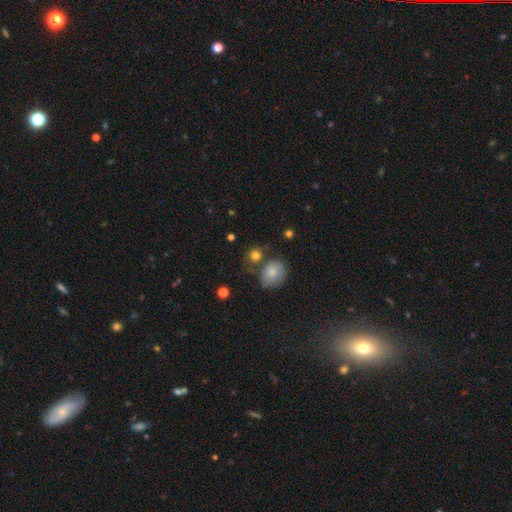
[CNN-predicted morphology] Smooth or featured?
  - smooth: 79% *
  - star or artifact: 12%
  - featured or disk: 9%
How rounded?
  - round: 77% *
  - in between: 22%
  - cigar-shaped: 1%
Merging?
  - none: 61% *
  - merger: 16%
  - minor disturbance: 16%
  - major disturbance: 7%